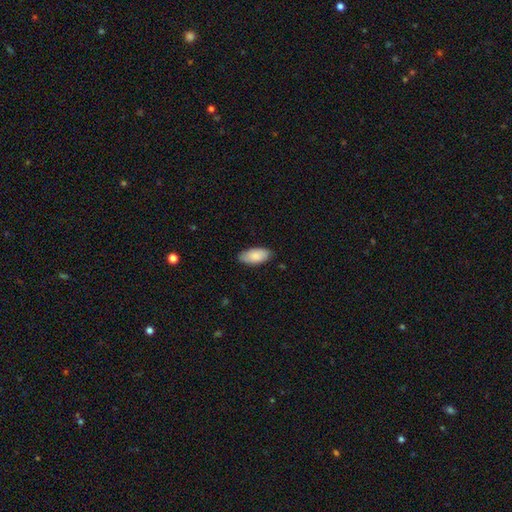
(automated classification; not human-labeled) A smooth galaxy with no disk features (87%) that is in between round and cigar-shaped (93%).

Vote fractions:
- Smooth or featured? smooth: 87% / featured or disk: 7% / star or artifact: 6%
- How rounded? in between: 93% / cigar-shaped: 5% / round: 2%
- Merging? none: 84% / minor disturbance: 13% / major disturbance: 2% / merger: 1%